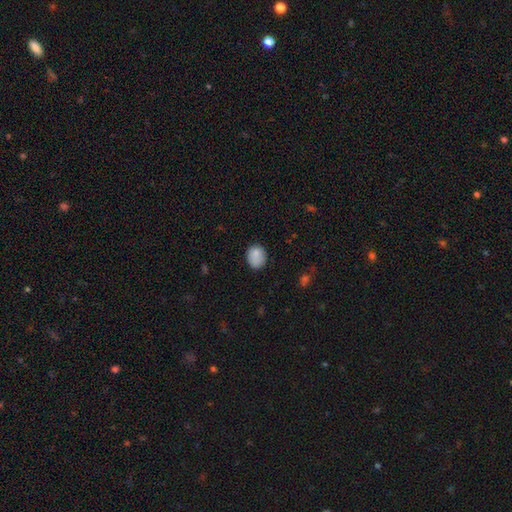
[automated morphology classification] Smooth or featured?
  - smooth: 85% *
  - star or artifact: 9%
  - featured or disk: 7%
How rounded?
  - round: 57% *
  - in between: 42%
  - cigar-shaped: 1%
Merging?
  - none: 77% *
  - minor disturbance: 18%
  - major disturbance: 4%
  - merger: 2%